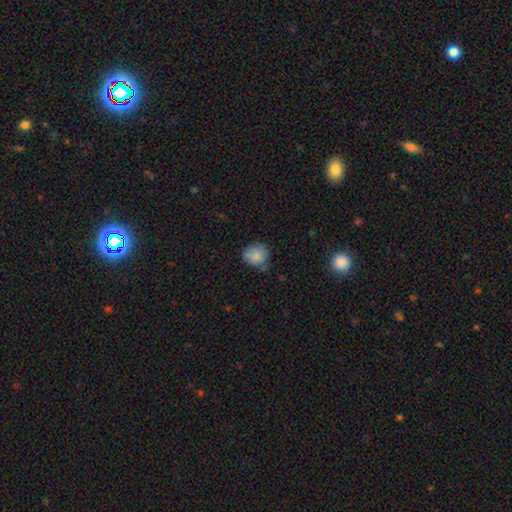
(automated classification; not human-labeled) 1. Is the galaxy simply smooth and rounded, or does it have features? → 83% smooth, 9% star or artifact, 8% featured or disk.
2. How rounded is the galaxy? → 77% round, 22% in between, 1% cigar-shaped.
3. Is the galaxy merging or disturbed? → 64% none, 26% minor disturbance, 6% major disturbance, 4% merger.